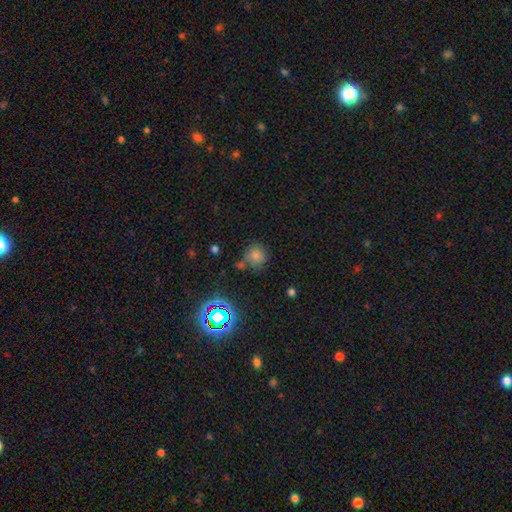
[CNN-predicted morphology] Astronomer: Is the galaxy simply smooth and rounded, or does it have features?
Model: smooth — 73%.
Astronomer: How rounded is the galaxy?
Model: round — 87%.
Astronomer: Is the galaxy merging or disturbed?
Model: none — 66%.